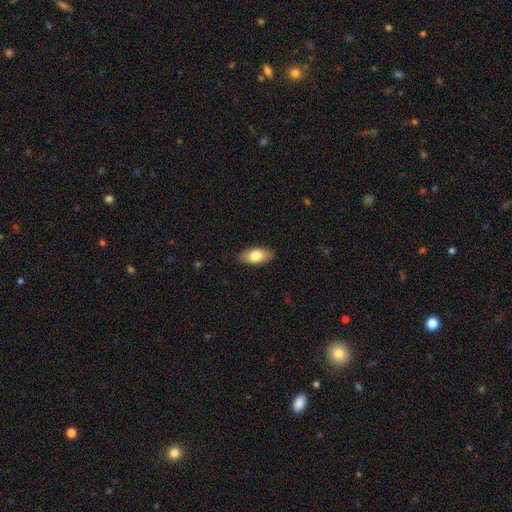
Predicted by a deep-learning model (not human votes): A smooth galaxy with no disk features (78%) that is in between round and cigar-shaped (90%).

Vote fractions:
- Smooth or featured? smooth: 78% / featured or disk: 15% / star or artifact: 6%
- How rounded? in between: 90% / cigar-shaped: 6% / round: 4%
- Merging? none: 86% / minor disturbance: 11% / major disturbance: 2% / merger: 1%